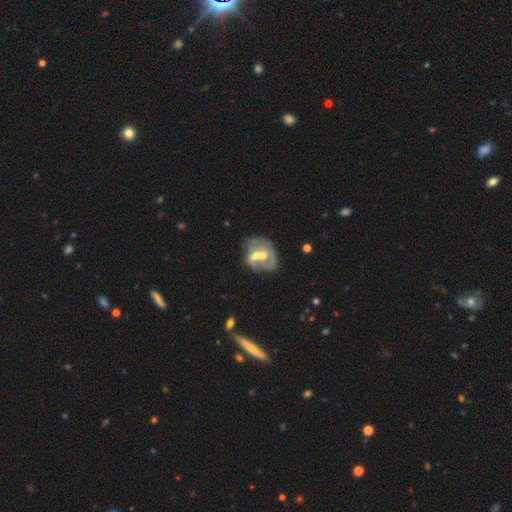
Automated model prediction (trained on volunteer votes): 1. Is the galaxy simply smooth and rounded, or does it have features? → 67% featured or disk, 26% smooth, 8% star or artifact.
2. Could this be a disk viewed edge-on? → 97% no, 3% yes.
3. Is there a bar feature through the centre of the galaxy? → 57% no, 33% weak, 10% strong.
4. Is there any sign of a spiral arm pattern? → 58% yes, 42% no.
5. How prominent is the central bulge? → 64% moderate, 27% small, 4% large, 3% none, 1% dominant.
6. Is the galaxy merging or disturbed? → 55% merger, 25% none, 11% minor disturbance, 9% major disturbance.